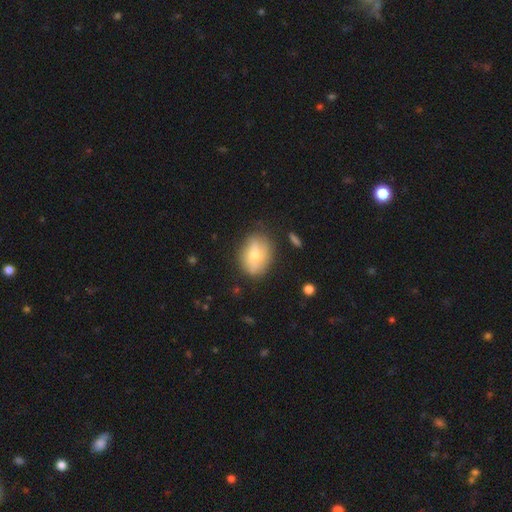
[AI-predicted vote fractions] A smooth galaxy with no disk features (60%) that is in between round and cigar-shaped (63%).

Vote fractions:
- Smooth or featured? smooth: 60% / featured or disk: 32% / star or artifact: 8%
- How rounded? in between: 63% / round: 35% / cigar-shaped: 2%
- Merging? none: 70% / minor disturbance: 21% / major disturbance: 6% / merger: 3%